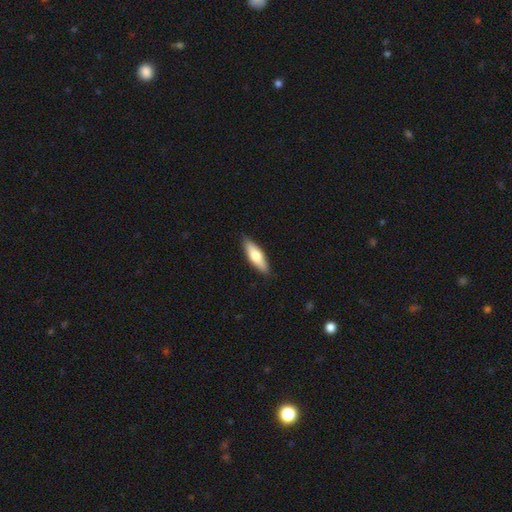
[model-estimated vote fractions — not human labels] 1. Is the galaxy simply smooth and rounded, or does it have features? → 64% smooth, 31% featured or disk, 5% star or artifact.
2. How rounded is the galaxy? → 49% in between (tied), 49% cigar-shaped (tied), 2% round.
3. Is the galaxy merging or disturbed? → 88% none, 9% minor disturbance, 2% major disturbance, 1% merger.